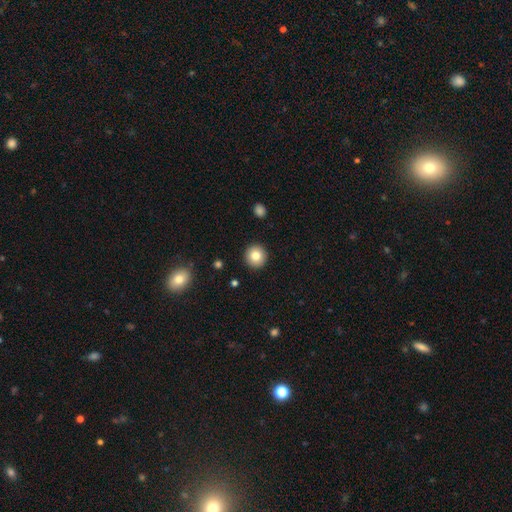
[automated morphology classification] smooth_or_featured: smooth (p=0.82) [alt: star or artifact p=0.09]
how_rounded: round (p=0.94) [alt: in between p=0.05]
merging: none (p=0.92) [alt: minor disturbance p=0.05]